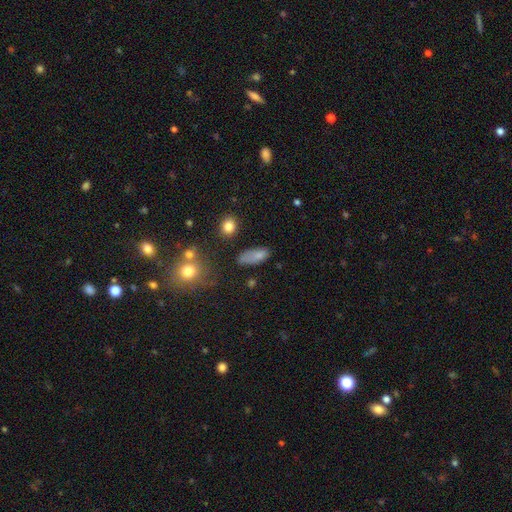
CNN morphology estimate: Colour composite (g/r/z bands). It shows a smooth galaxy with no disk features (76%) that is in between round and cigar-shaped (76%). Merging: none (55%).